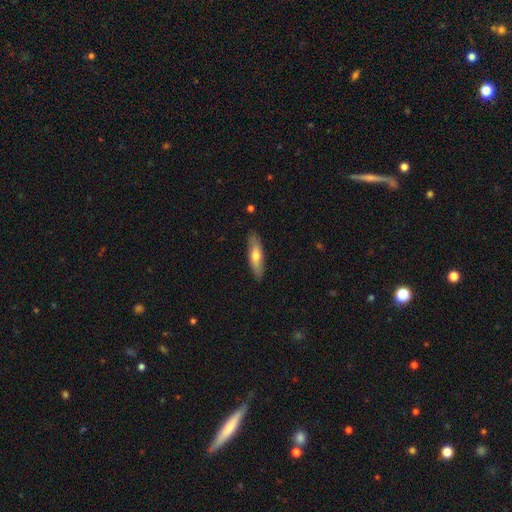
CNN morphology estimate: Smooth or featured: smooth — 59% (featured or disk — 35%)
How rounded: cigar-shaped — 60% (in between — 38%)
Merging: none — 87% (minor disturbance — 10%)